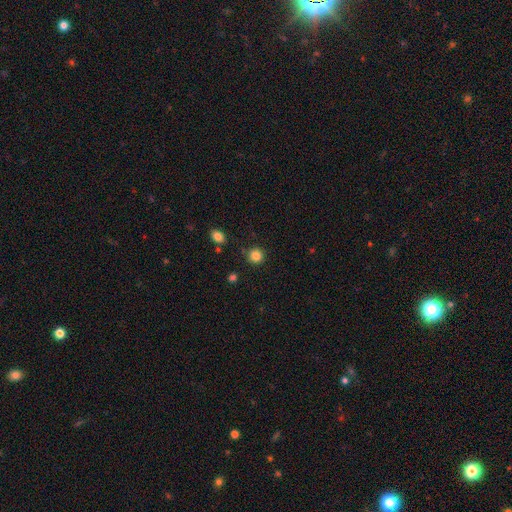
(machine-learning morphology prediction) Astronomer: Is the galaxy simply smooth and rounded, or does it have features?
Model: smooth — 84%.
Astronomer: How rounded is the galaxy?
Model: round — 92%.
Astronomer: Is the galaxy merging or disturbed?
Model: none — 88%.